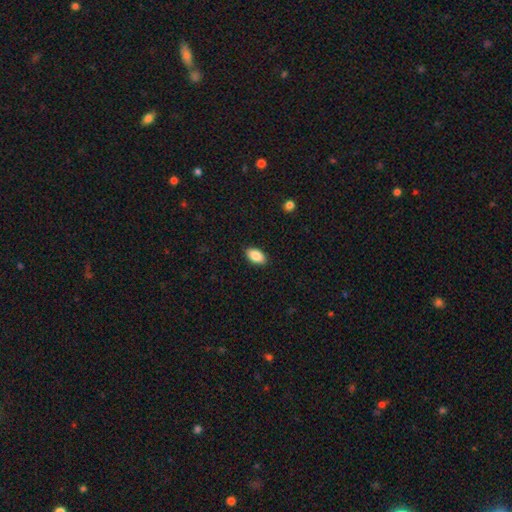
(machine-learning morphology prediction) smooth_or_featured: smooth (p=0.88) [alt: star or artifact p=0.07]
how_rounded: in between (p=0.94) [alt: round p=0.04]
merging: none (p=0.89) [alt: minor disturbance p=0.08]